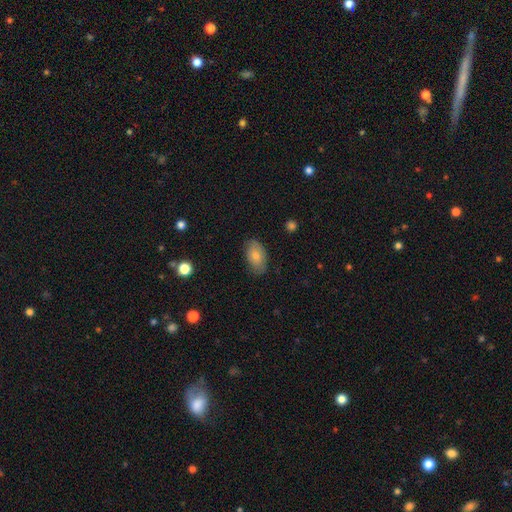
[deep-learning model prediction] Q: Smooth or featured?
A: smooth (75%); runner-up: featured or disk (18%)
Q: How rounded?
A: in between (92%); runner-up: round (6%)
Q: Merging?
A: none (76%); runner-up: minor disturbance (19%)